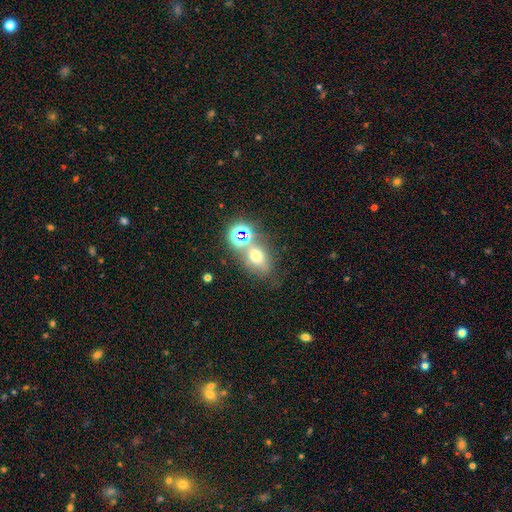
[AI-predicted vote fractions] Smooth or featured?
  - smooth: 54% *
  - star or artifact: 28%
  - featured or disk: 18%
How rounded?
  - in between: 62% *
  - round: 35%
  - cigar-shaped: 3%
Merging?
  - none: 52% *
  - merger: 26%
  - minor disturbance: 14%
  - major disturbance: 8%